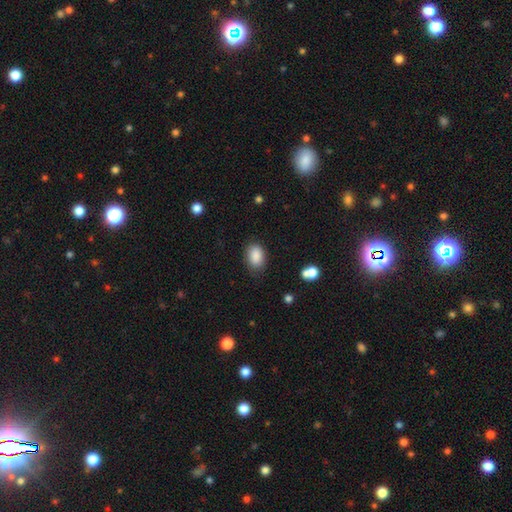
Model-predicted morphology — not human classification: type=smooth (88%); roundness=in between (84%); merging=none (78%).